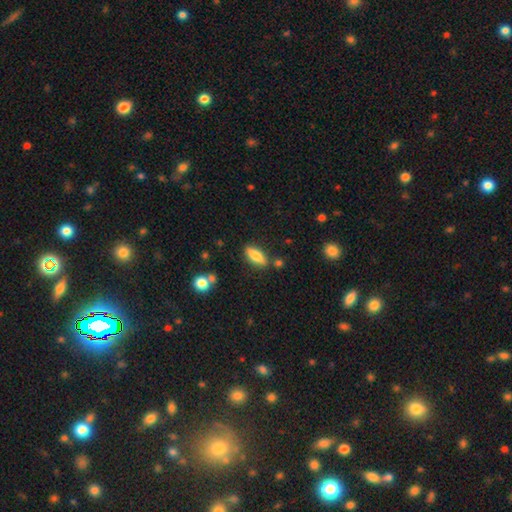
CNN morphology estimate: smooth 74%, featured or disk 19%, star or artifact 7%. Down the decision tree: how rounded — in between (67%); merging — none (80%).